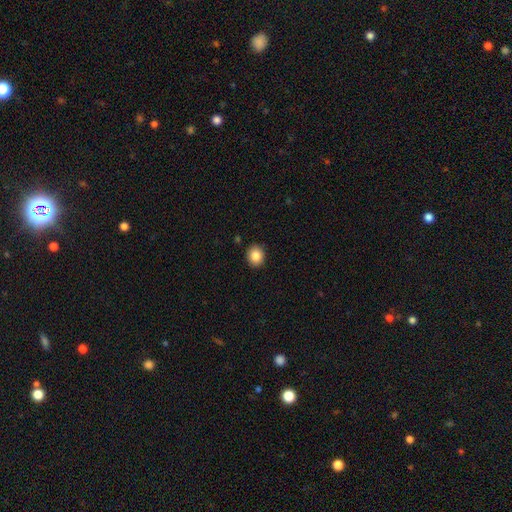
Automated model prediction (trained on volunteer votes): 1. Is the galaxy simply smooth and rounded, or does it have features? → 86% smooth, 9% star or artifact, 5% featured or disk.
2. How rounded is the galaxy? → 73% round, 26% in between, 1% cigar-shaped.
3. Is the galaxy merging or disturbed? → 90% none, 7% minor disturbance, 2% major disturbance, 1% merger.